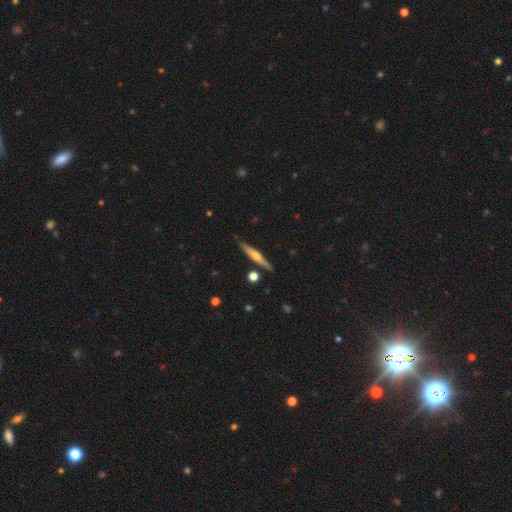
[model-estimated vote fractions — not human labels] smooth_or_featured: featured or disk (p=0.63) [alt: smooth p=0.31]
disk_edge_on: yes (p=0.97) [alt: no p=0.03]
edge_on_bulge: rounded (p=0.84) [alt: none p=0.12]
merging: none (p=0.88) [alt: minor disturbance p=0.08]